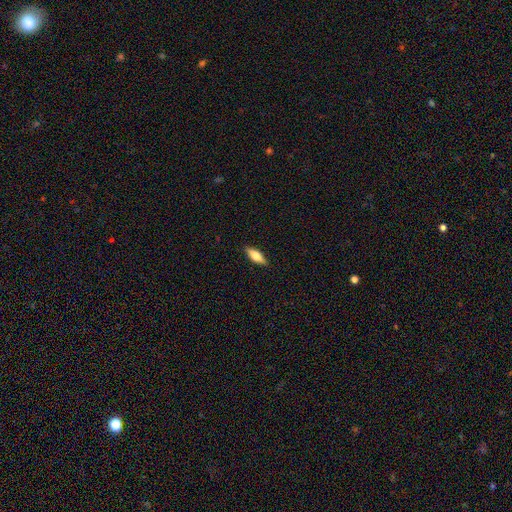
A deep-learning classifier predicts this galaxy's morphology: Smooth or featured? smooth (59%)
How rounded? in between (58%)
Merging? none (88%)